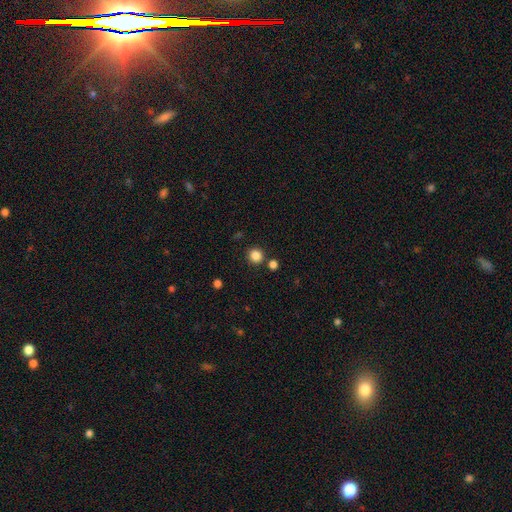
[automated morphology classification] Q: Smooth or featured?
A: smooth (84%); runner-up: star or artifact (12%)
Q: How rounded?
A: round (92%); runner-up: in between (7%)
Q: Merging?
A: none (85%); runner-up: merger (7%)